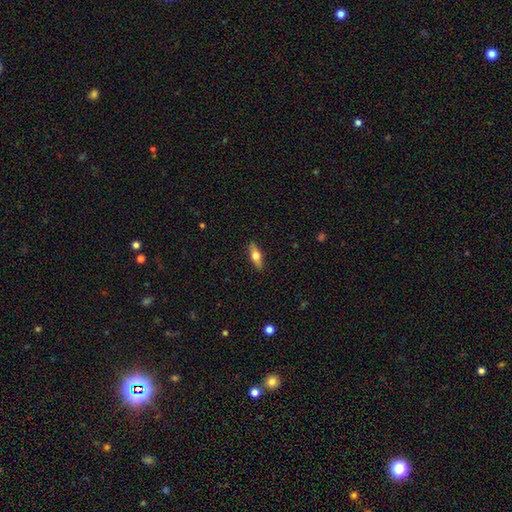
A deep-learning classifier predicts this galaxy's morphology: smooth_or_featured: smooth (p=0.58) [alt: featured or disk p=0.36]
how_rounded: in between (p=0.58) [alt: cigar-shaped p=0.38]
merging: none (p=0.88) [alt: minor disturbance p=0.09]